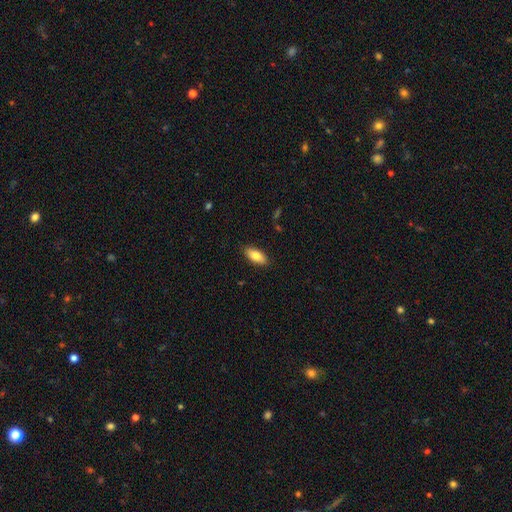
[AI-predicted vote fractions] smooth-or-featured: smooth: 81% | featured or disk: 12% | star or artifact: 7%
  how-rounded: in between: 86% | cigar-shaped: 11% | round: 2%
  merging: none: 88% | minor disturbance: 9% | major disturbance: 2% | merger: 1%